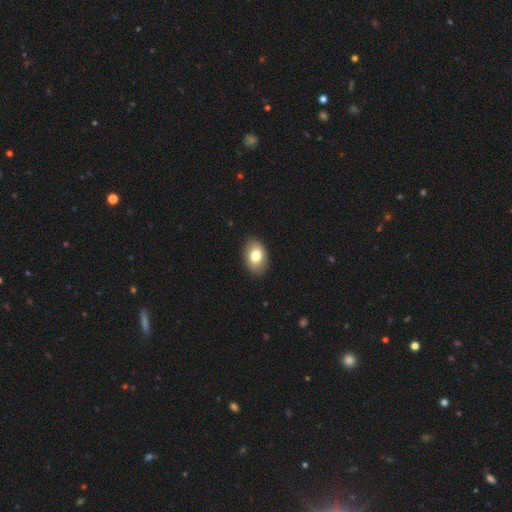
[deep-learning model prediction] Smooth or featured: smooth — 79% (featured or disk — 14%)
How rounded: in between — 87% (round — 12%)
Merging: none — 88% (minor disturbance — 9%)